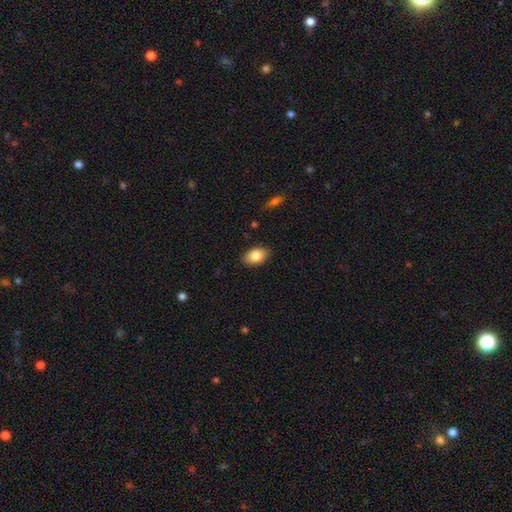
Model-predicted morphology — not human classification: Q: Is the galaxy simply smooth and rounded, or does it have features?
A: smooth — 83%.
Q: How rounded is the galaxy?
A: in between — 90%.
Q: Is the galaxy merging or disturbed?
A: none — 88%.